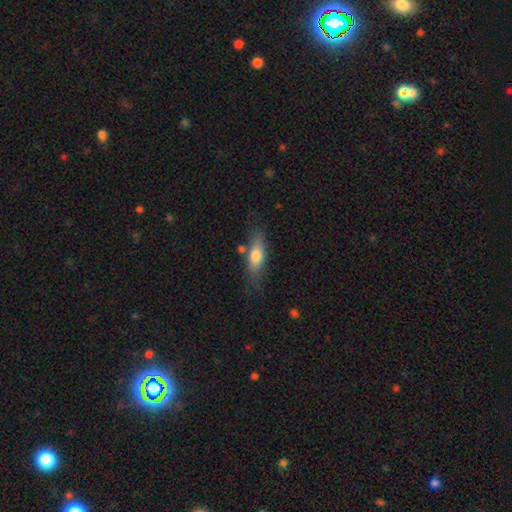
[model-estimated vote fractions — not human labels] Morphology: type=smooth (67%); roundness=in between (59%); merging=none (65%).